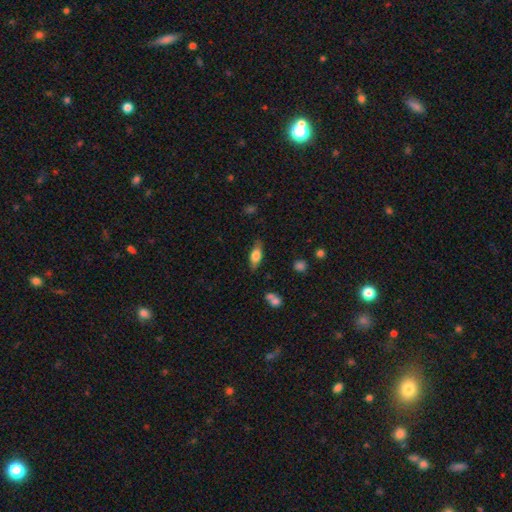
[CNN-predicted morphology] Smooth or featured: smooth — 67% (featured or disk — 26%)
How rounded: in between — 74% (cigar-shaped — 22%)
Merging: none — 79% (minor disturbance — 15%)